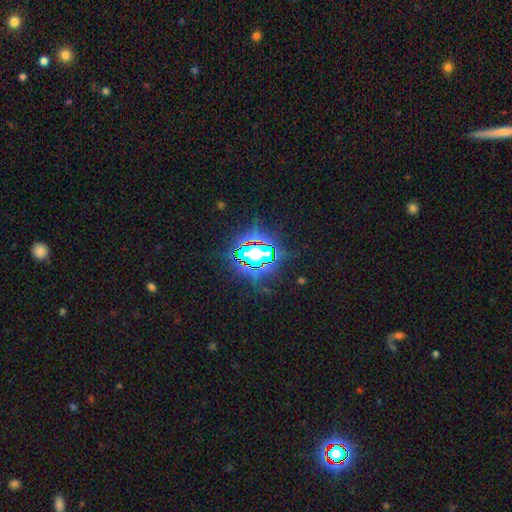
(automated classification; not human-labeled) Smooth or featured? Predicted: star or artifact (p=0.78).